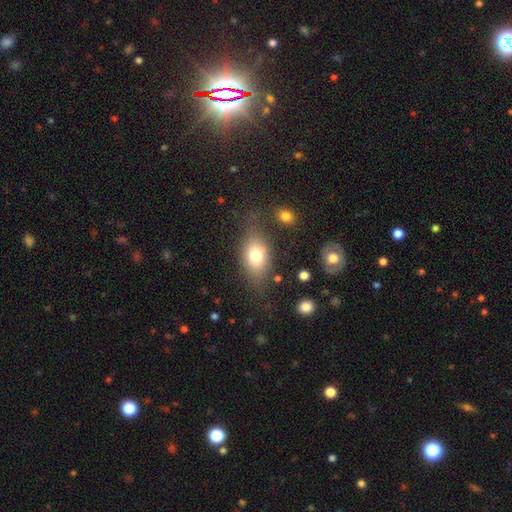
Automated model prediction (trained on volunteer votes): Smooth or featured: smooth — 73% (featured or disk — 17%)
How rounded: in between — 80% (round — 16%)
Merging: none — 68% (minor disturbance — 19%)